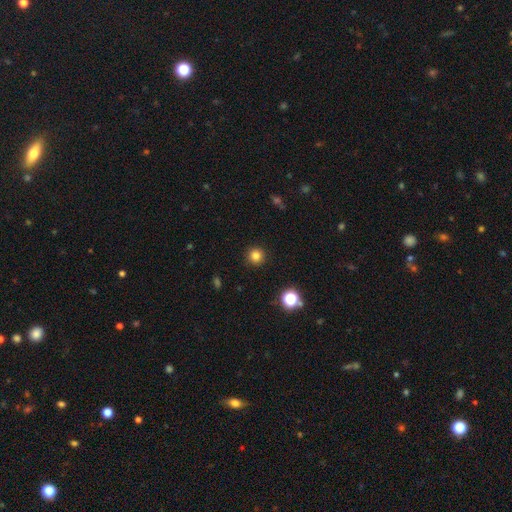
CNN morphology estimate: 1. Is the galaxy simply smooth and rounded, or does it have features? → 81% smooth, 14% star or artifact, 5% featured or disk.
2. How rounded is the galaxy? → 95% round, 4% in between, 1% cigar-shaped.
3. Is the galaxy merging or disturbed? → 92% none, 5% minor disturbance, 2% major disturbance, 1% merger.